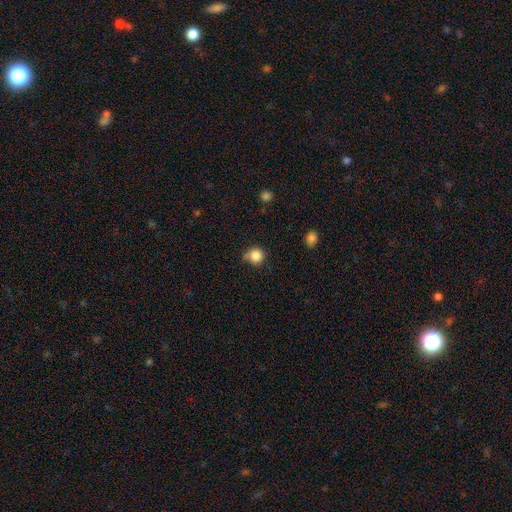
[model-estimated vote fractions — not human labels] Overall: smooth (84%). How rounded: round (88%). Merging: none (58%; minor disturbance 29%).